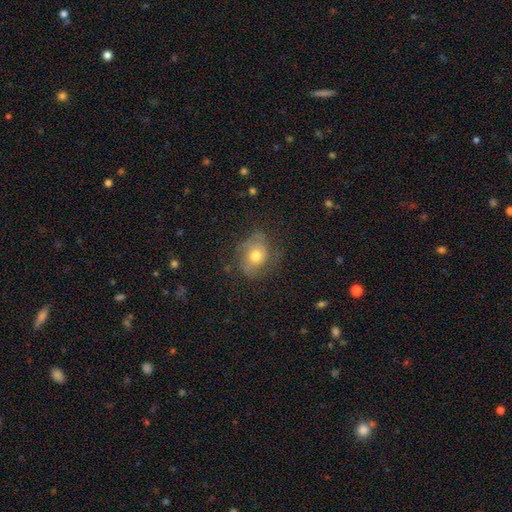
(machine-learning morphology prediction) This is possibly a smooth galaxy (45%, tied with featured or disk). Merging: possibly none (60%).